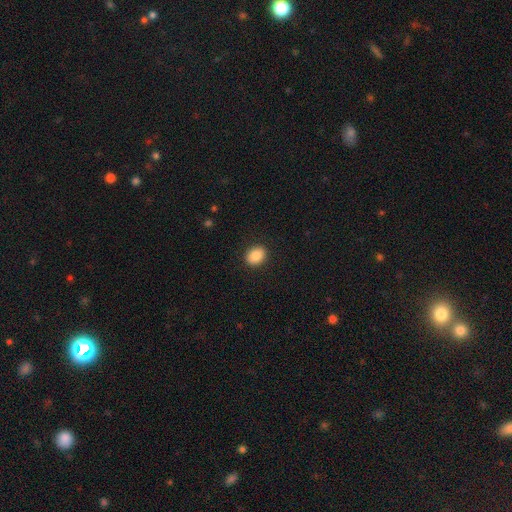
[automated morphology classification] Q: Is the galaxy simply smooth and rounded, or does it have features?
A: smooth — 87%.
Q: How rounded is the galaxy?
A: round — 52%.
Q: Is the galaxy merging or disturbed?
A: none — 91%.